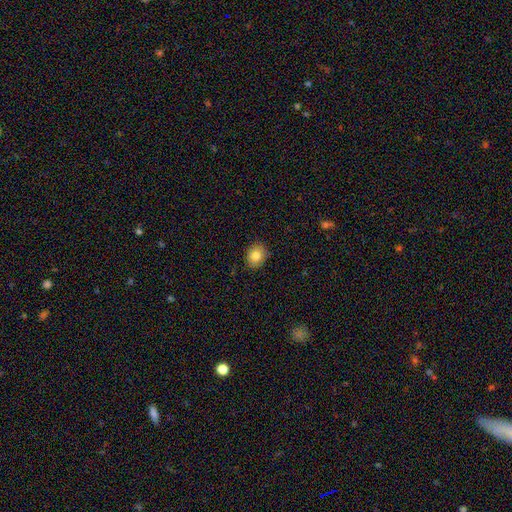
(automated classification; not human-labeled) A smooth galaxy with no disk features (82%) that is round (58%).

Vote fractions:
- Smooth or featured? smooth: 82% / star or artifact: 10% / featured or disk: 8%
- How rounded? round: 58% / in between: 41% / cigar-shaped: 1%
- Merging? none: 87% / minor disturbance: 10% / major disturbance: 2% / merger: 1%